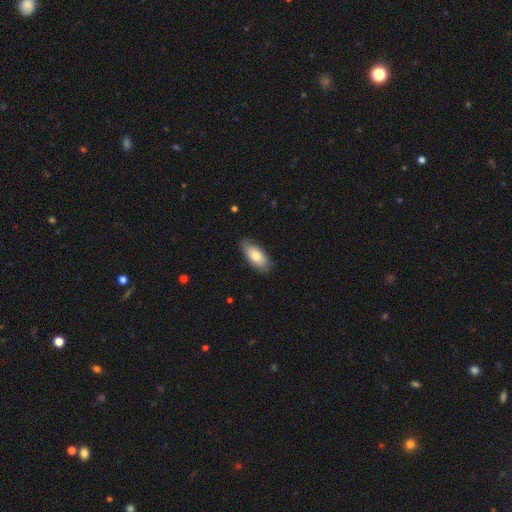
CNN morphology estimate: smooth_or_featured: smooth (p=0.77) [alt: featured or disk p=0.17]
how_rounded: in between (p=0.88) [alt: cigar-shaped p=0.10]
merging: none (p=0.82) [alt: minor disturbance p=0.14]